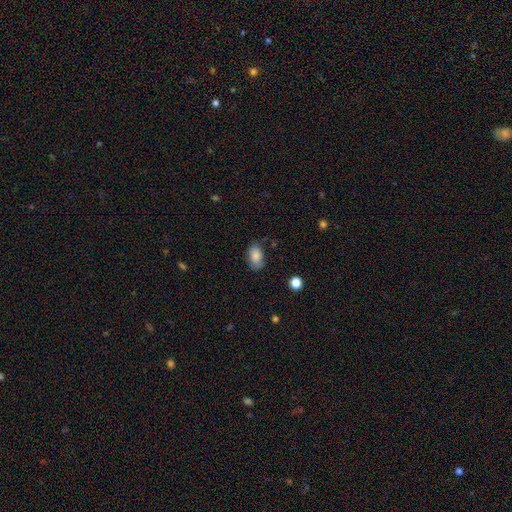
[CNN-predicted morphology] smooth-or-featured: smooth: 83% | star or artifact: 8% | featured or disk: 8%
  how-rounded: in between: 87% | round: 12% | cigar-shaped: 1%
  merging: none: 68% | minor disturbance: 24% | major disturbance: 6% | merger: 2%